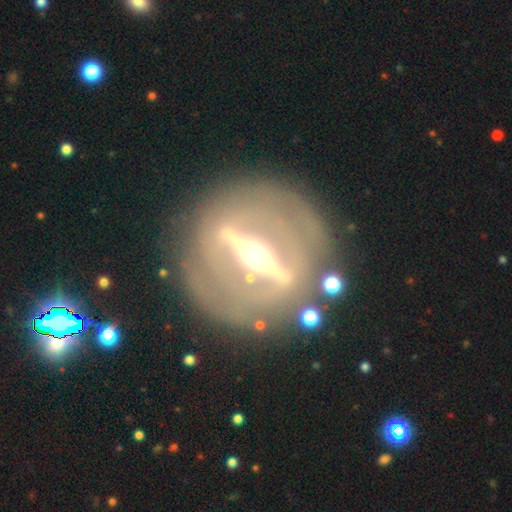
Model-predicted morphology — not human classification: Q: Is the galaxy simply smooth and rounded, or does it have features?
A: featured or disk — 87%.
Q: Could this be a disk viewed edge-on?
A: yes — 56%.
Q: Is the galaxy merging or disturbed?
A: none — 81%.